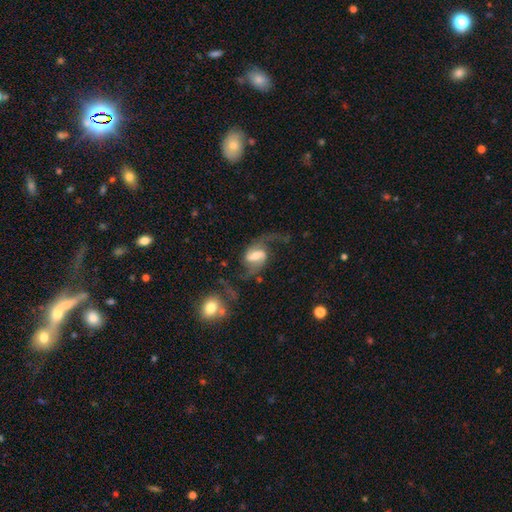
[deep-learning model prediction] featured or disk 85%, smooth 9%, star or artifact 6%. Down the decision tree: edge-on disk — no (97%); bar — weak (49%); spiral arms — yes (96%); spiral arm count — 2 (92%); spiral winding — loose (64%); bulge size — moderate (52%); merging — none (60%).